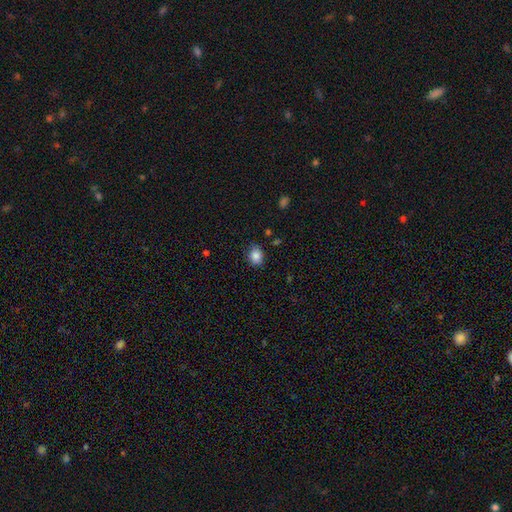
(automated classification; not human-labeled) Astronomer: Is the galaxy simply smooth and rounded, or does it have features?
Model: smooth — 86%.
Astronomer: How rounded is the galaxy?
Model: in between — 51% (runner-up: round, 48%).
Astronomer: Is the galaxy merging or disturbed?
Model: none — 83%.